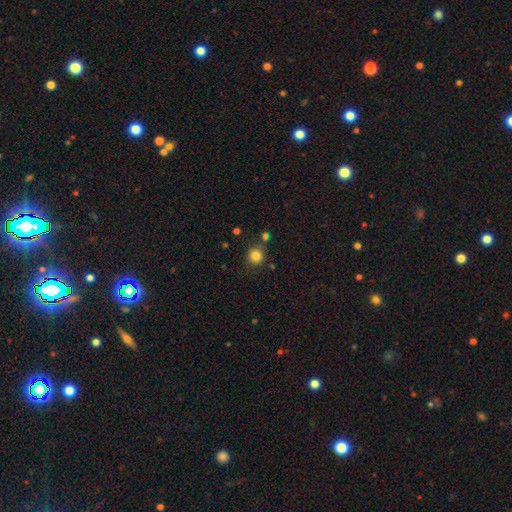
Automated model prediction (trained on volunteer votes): This is clearly a smooth galaxy (83%). How rounded: clearly round (90%). Merging: likely none (80%).